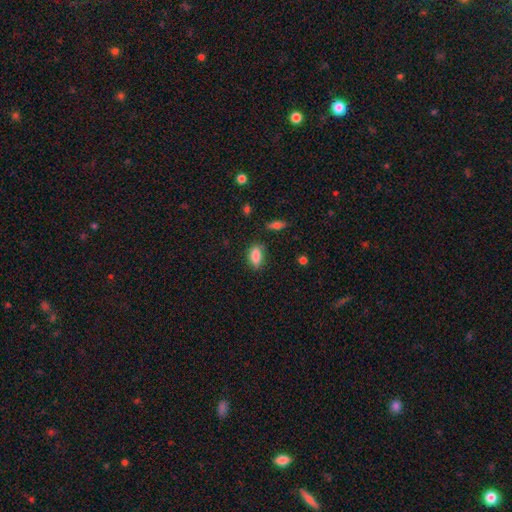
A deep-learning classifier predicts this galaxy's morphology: The model was most divided on "merging": none: 76%, minor disturbance: 17%, major disturbance: 4%, merger: 3%. More confident: how rounded — in between (86%); smooth or featured — smooth (85%).